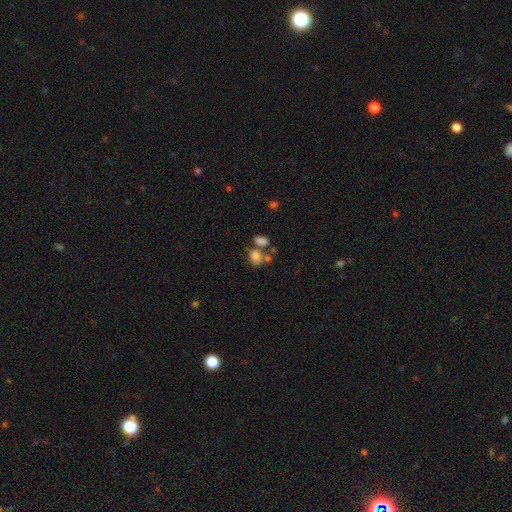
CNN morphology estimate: The model was most divided on "merging": merger: 42%, none: 37%, minor disturbance: 13%, major disturbance: 8%. More confident: smooth or featured — smooth (78%); how rounded — in between (70%).